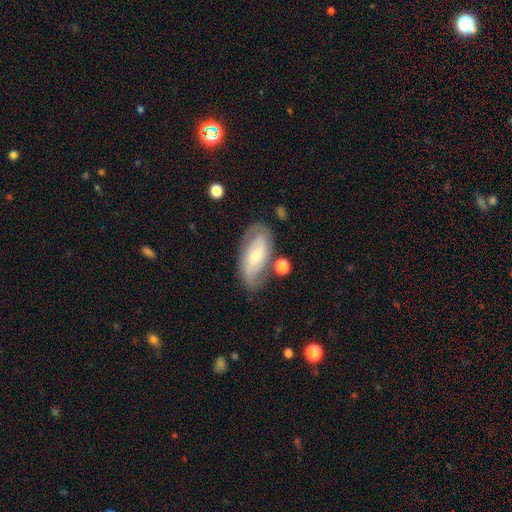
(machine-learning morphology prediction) This appears to be a featured or disk galaxy (63%) with no bar (45%), spiral arms (83%) and a small central bulge (51%). Merging: none (70%).